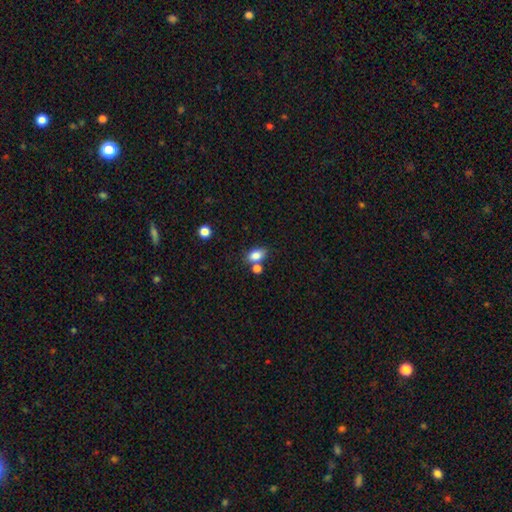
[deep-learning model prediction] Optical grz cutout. It shows a smooth galaxy with no disk features (83%) that is in between round and cigar-shaped (81%). Merging: none (57%).